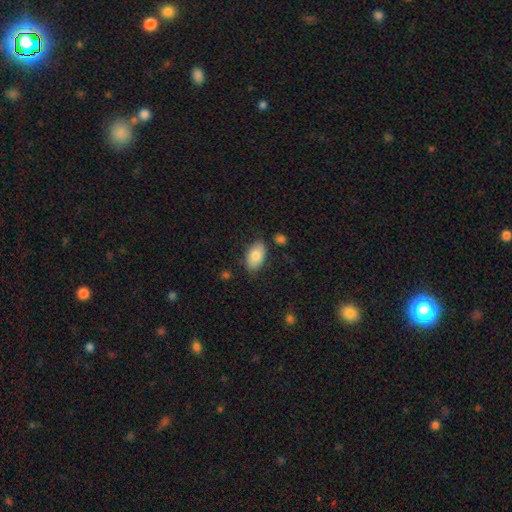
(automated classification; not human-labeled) Smooth or featured? smooth (80%)
How rounded? in between (93%)
Merging? none (79%)